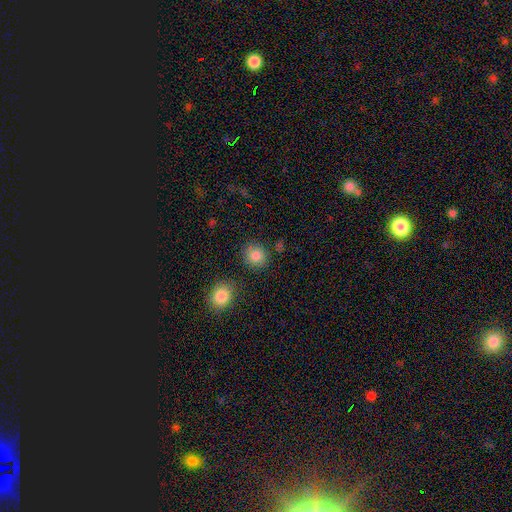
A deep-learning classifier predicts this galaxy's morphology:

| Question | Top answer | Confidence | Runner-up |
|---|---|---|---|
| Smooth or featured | smooth | 85% | star or artifact (10%) |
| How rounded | round | 83% | in between (16%) |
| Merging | none | 84% | minor disturbance (9%) |